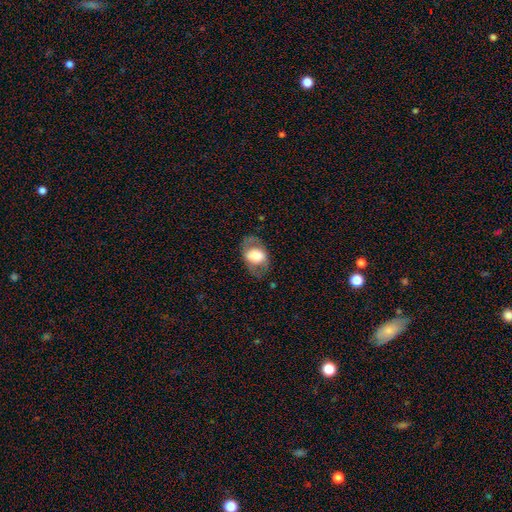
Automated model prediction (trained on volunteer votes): Overall: smooth (52%; featured or disk 41%). How rounded: in between (80%). Merging: none (69%).